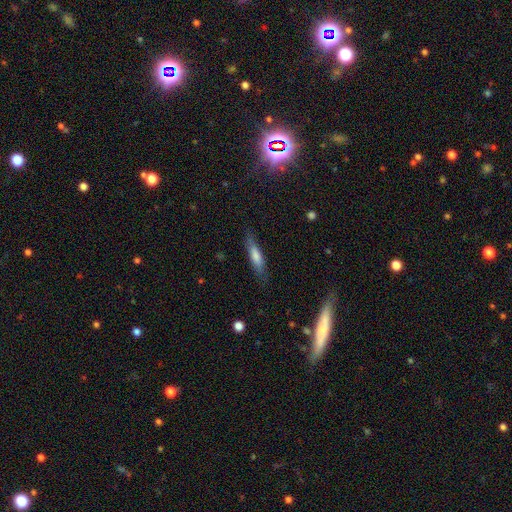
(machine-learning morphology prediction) Smooth or featured?
  - smooth: 53% *
  - featured or disk: 36%
  - star or artifact: 10%
How rounded?
  - cigar-shaped: 81% *
  - in between: 17%
  - round: 2%
Merging?
  - none: 81% *
  - minor disturbance: 14%
  - major disturbance: 4%
  - merger: 1%